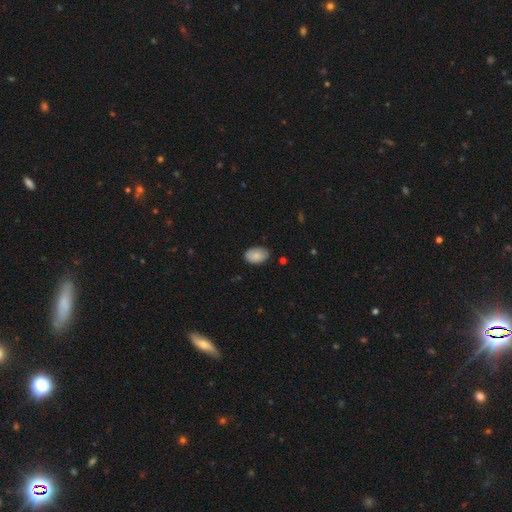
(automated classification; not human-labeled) Overall: smooth (82%). How rounded: in between (91%). Merging: none (80%).